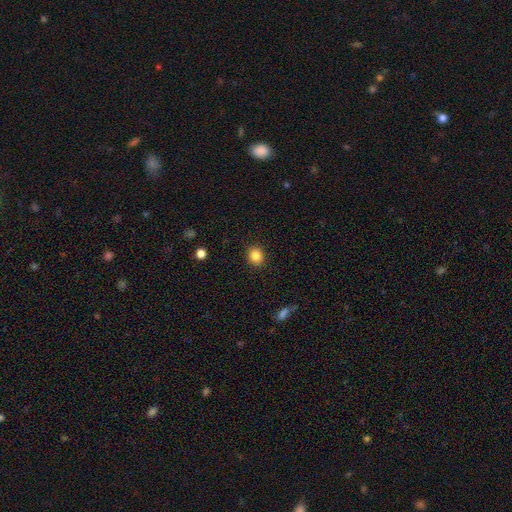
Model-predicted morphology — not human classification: smooth_or_featured: smooth (p=0.84) [alt: star or artifact p=0.11]
how_rounded: round (p=0.76) [alt: in between p=0.23]
merging: none (p=0.90) [alt: minor disturbance p=0.07]